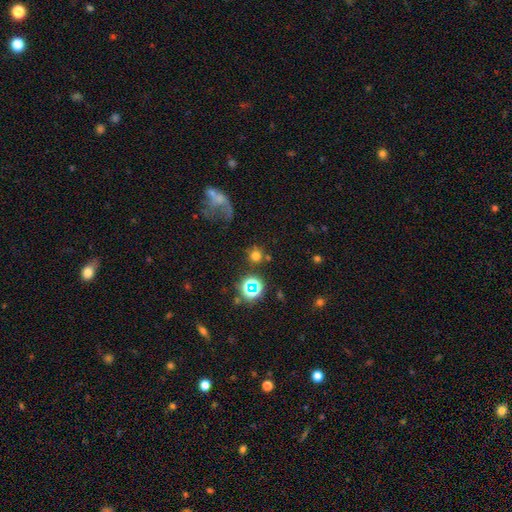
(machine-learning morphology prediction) Overall: smooth (68%). How rounded: round (90%). Merging: none (75%).